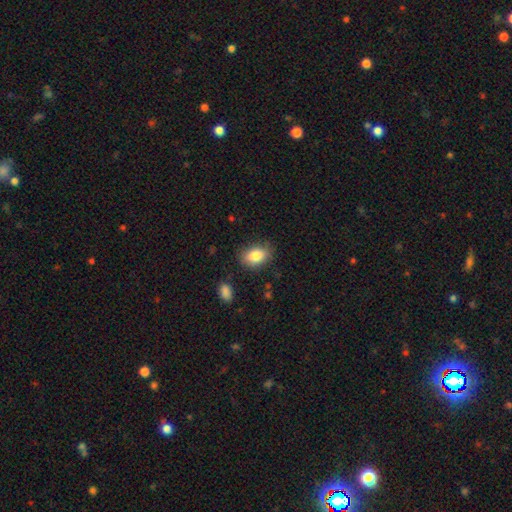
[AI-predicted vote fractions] smooth-or-featured: smooth: 84% | star or artifact: 8% | featured or disk: 8%
  how-rounded: in between: 81% | round: 17% | cigar-shaped: 2%
  merging: none: 81% | minor disturbance: 14% | major disturbance: 3% | merger: 2%